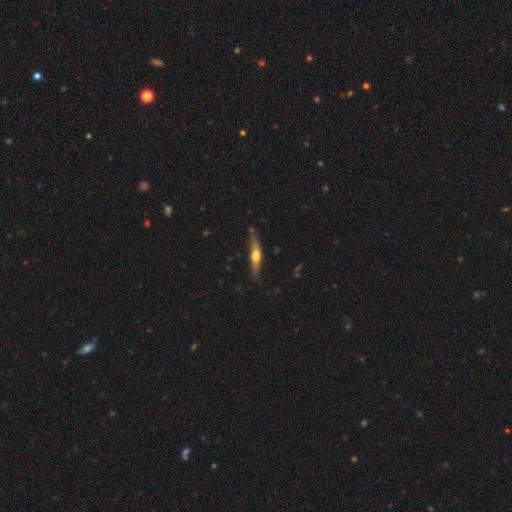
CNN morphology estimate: A featured or disk galaxy (62%) viewed edge-on (94%) with a rounded central bulge (86%). Merging: none (74%).